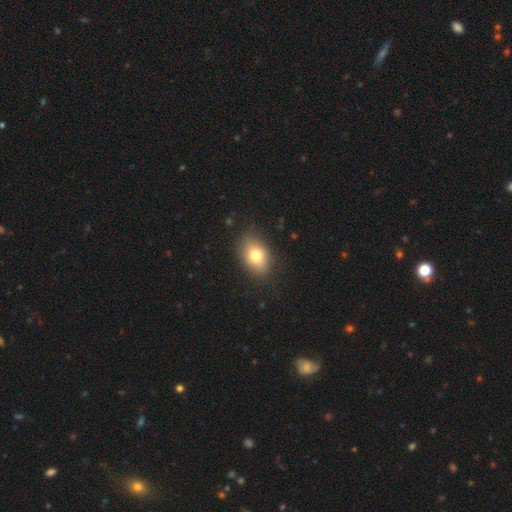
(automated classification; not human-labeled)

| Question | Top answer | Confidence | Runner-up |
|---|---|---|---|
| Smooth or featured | smooth | 76% | featured or disk (15%) |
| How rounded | in between | 82% | round (16%) |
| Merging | none | 83% | minor disturbance (12%) |